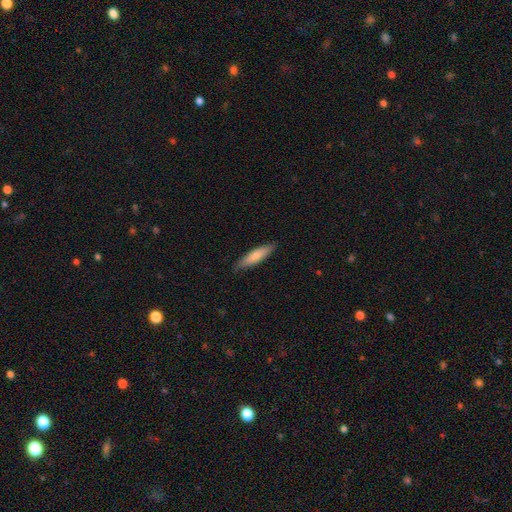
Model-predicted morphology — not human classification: Q: Smooth or featured?
A: smooth (78%); runner-up: featured or disk (17%)
Q: How rounded?
A: cigar-shaped (76%); runner-up: in between (22%)
Q: Merging?
A: none (87%); runner-up: minor disturbance (10%)